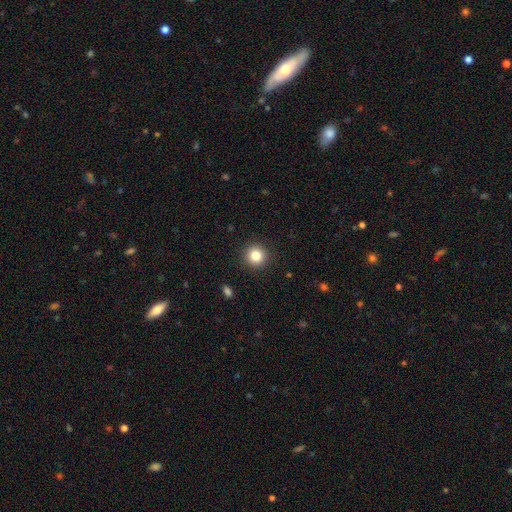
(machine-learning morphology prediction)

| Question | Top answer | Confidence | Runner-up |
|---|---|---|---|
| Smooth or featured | smooth | 83% | star or artifact (11%) |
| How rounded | round | 94% | in between (5%) |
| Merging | none | 92% | minor disturbance (5%) |